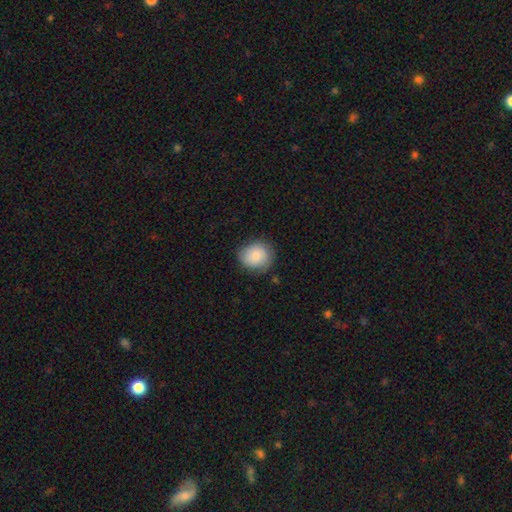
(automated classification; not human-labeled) Smooth or featured? smooth (81%)
How rounded? round (80%)
Merging? none (79%)